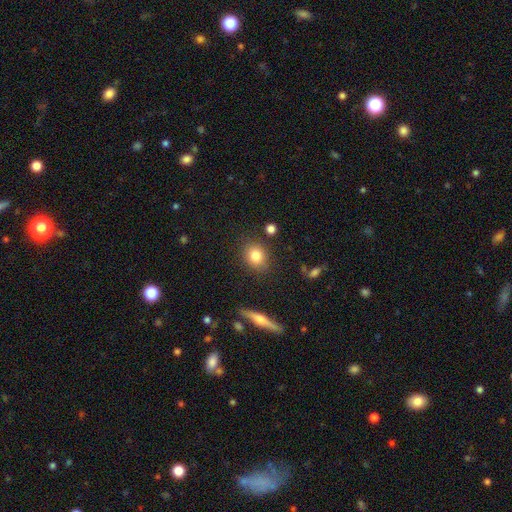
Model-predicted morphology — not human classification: Q: Smooth or featured?
A: smooth (82%); runner-up: featured or disk (9%)
Q: How rounded?
A: round (67%); runner-up: in between (31%)
Q: Merging?
A: none (85%); runner-up: minor disturbance (10%)